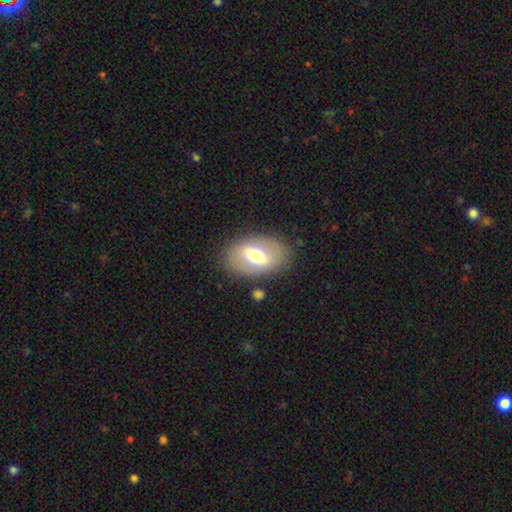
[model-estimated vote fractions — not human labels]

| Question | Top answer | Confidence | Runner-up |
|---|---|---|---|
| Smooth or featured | smooth | 49% | featured or disk (43%) |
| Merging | none | 82% | minor disturbance (11%) |